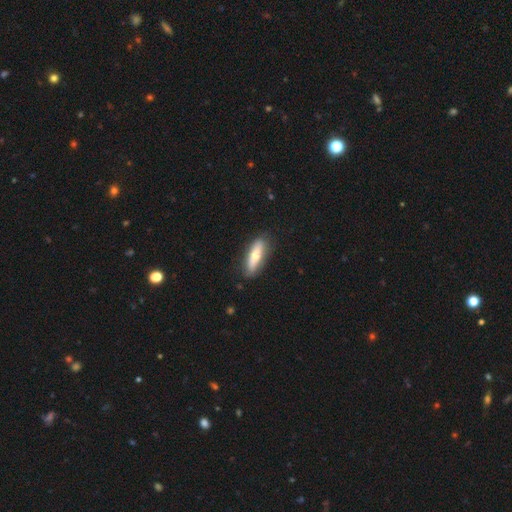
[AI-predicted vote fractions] Smooth or featured? Predicted: smooth (p=0.60). How rounded? Predicted: cigar-shaped (p=0.53). Merging? Predicted: none (p=0.84).